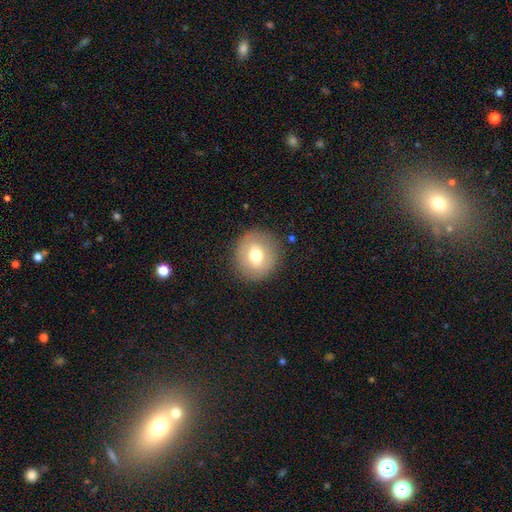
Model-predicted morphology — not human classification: Smooth or featured?
  - smooth: 67% *
  - featured or disk: 25%
  - star or artifact: 8%
How rounded?
  - round: 85% *
  - in between: 14%
  - cigar-shaped: 1%
Merging?
  - none: 87% *
  - minor disturbance: 9%
  - major disturbance: 3%
  - merger: 1%